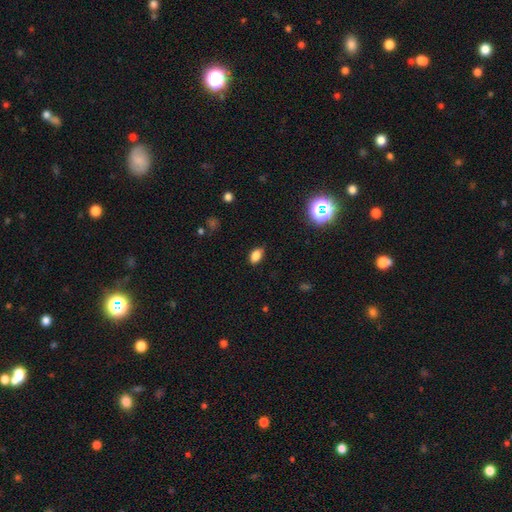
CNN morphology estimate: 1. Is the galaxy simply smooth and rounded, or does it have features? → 83% smooth, 11% star or artifact, 5% featured or disk.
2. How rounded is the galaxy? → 88% in between, 10% round, 2% cigar-shaped.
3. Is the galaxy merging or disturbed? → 84% none, 13% minor disturbance, 3% major disturbance, 1% merger.